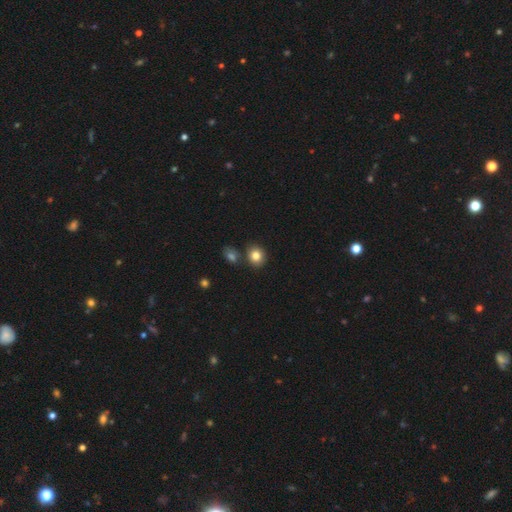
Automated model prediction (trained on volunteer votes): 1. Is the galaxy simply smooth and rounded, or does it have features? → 83% smooth, 10% star or artifact, 7% featured or disk.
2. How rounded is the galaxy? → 75% round, 24% in between, 1% cigar-shaped.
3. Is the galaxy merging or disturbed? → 78% none, 10% merger, 9% minor disturbance, 3% major disturbance.